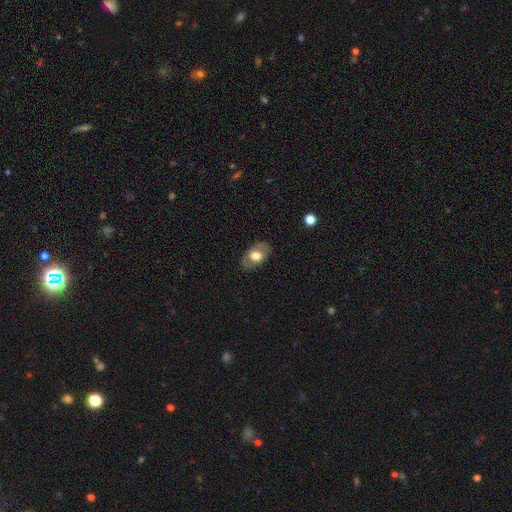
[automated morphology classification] smooth 62%, featured or disk 31%, star or artifact 7%. Down the decision tree: how rounded — in between (85%); merging — none (81%).